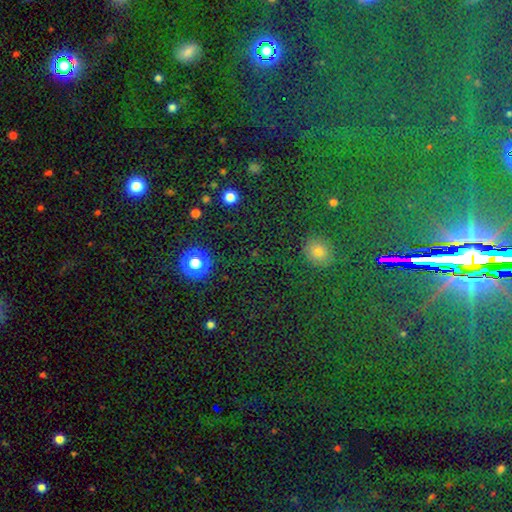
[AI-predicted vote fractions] A star or artifact, not a galaxy (60%).